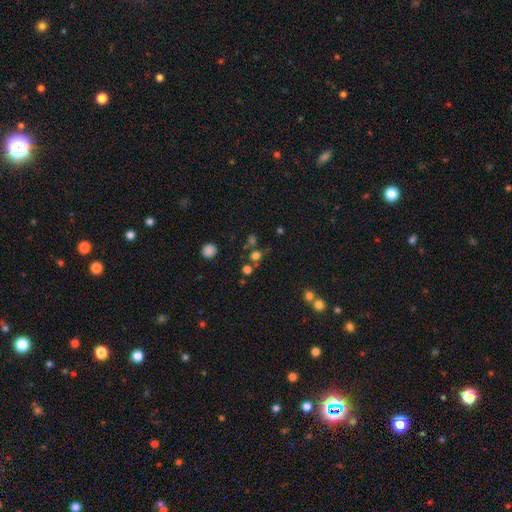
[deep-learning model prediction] A smooth galaxy with no disk features (64%) that is round (79%).

Vote fractions:
- Smooth or featured? smooth: 64% / star or artifact: 26% / featured or disk: 10%
- How rounded? round: 79% / in between: 20% / cigar-shaped: 2%
- Merging? none: 60% / merger: 23% / minor disturbance: 11% / major disturbance: 6%